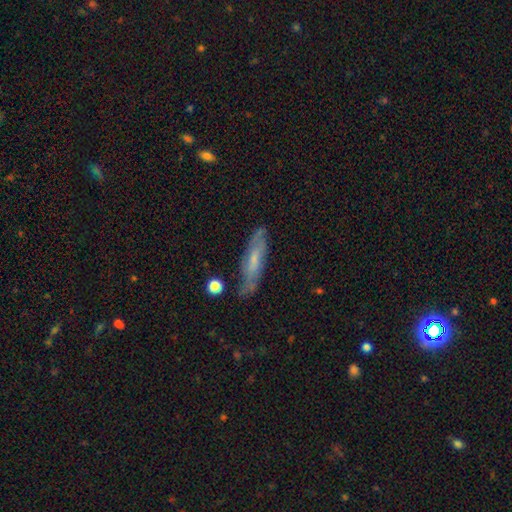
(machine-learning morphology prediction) featured or disk 54%, smooth 39%, star or artifact 7%. Down the decision tree: edge-on disk — no (60%); merging — none (71%).